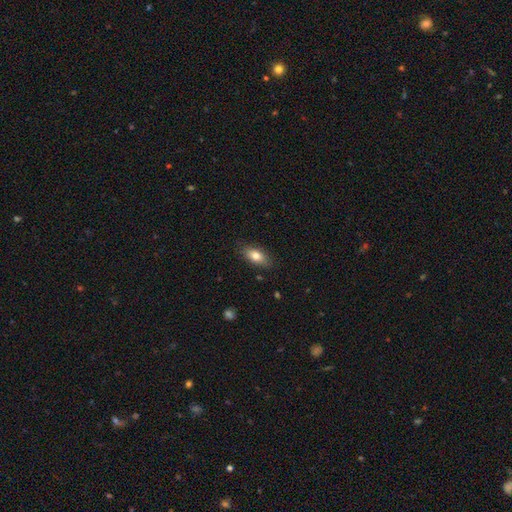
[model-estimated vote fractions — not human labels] Morphology: type=smooth (76%); roundness=in between (85%); merging=none (85%).